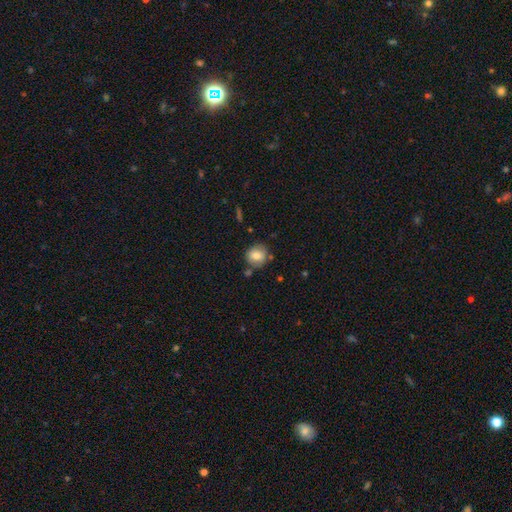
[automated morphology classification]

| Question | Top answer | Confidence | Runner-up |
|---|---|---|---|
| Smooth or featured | smooth | 78% | featured or disk (13%) |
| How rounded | round | 87% | in between (12%) |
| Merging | none | 78% | minor disturbance (13%) |